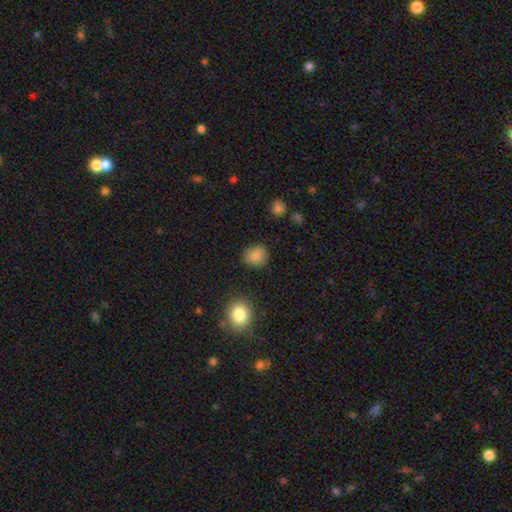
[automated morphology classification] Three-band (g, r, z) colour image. It shows a smooth galaxy with no disk features (85%) that is round (77%). Merging: none (86%).